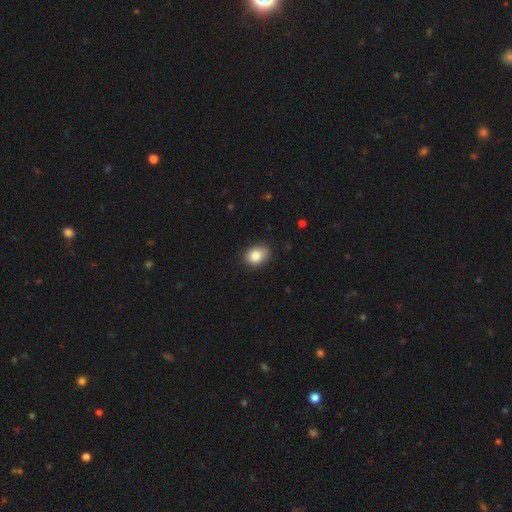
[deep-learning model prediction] Smooth or featured: smooth — 85% (star or artifact — 8%)
How rounded: in between — 62% (round — 37%)
Merging: none — 80% (minor disturbance — 16%)